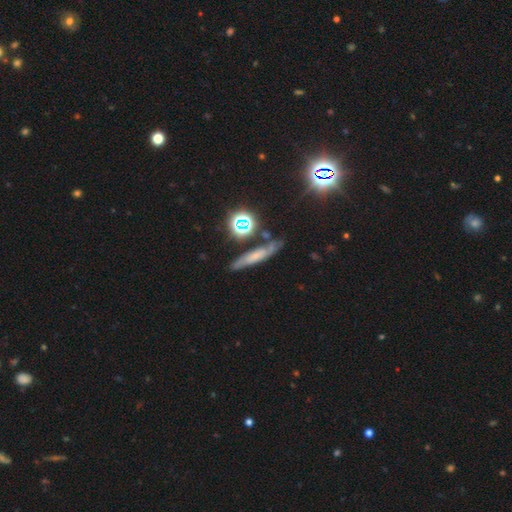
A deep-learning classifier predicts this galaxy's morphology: Q: Smooth or featured?
A: smooth (43%); runner-up: featured or disk (34%)
Q: Merging?
A: none (71%); runner-up: minor disturbance (17%)